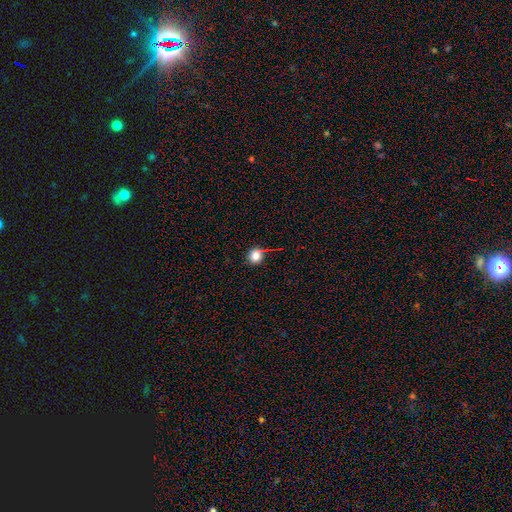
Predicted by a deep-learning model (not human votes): This is clearly a smooth galaxy (81%). How rounded: clearly round (86%). Merging: likely none (63%).